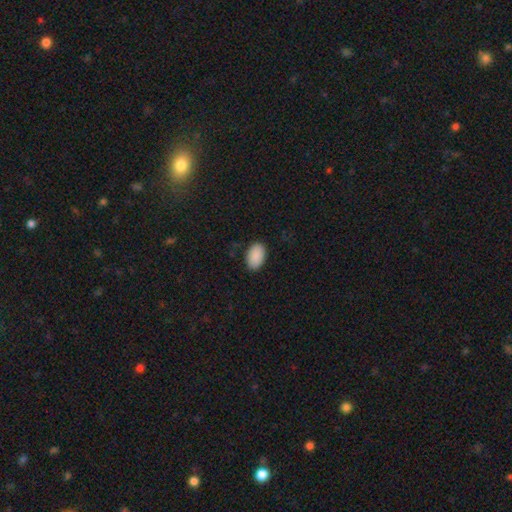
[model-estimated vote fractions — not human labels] smooth 91%, star or artifact 7%, featured or disk 3%. Down the decision tree: how rounded — in between (91%); merging — none (86%).